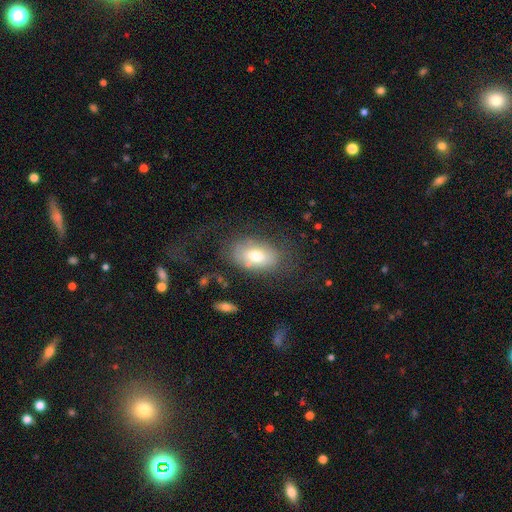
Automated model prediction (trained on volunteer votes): smooth_or_featured: smooth (p=0.66) [alt: featured or disk p=0.25]
how_rounded: in between (p=0.87) [alt: round p=0.12]
merging: none (p=0.61) [alt: minor disturbance p=0.19]